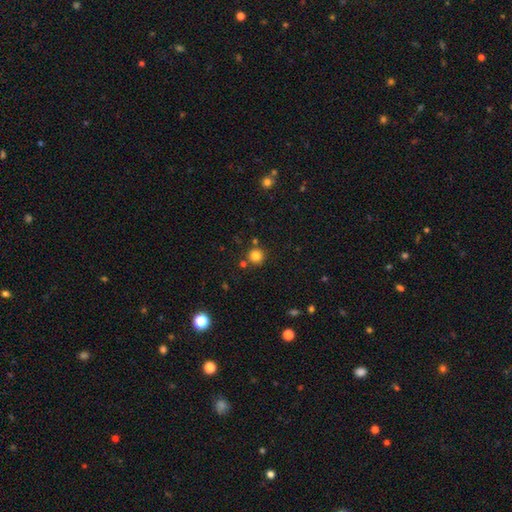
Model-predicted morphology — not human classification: A smooth galaxy with no disk features (81%) that is round (94%).

Vote fractions:
- Smooth or featured? smooth: 81% / star or artifact: 13% / featured or disk: 5%
- How rounded? round: 94% / in between: 5% / cigar-shaped: 1%
- Merging? none: 82% / merger: 8% / minor disturbance: 7% / major disturbance: 2%